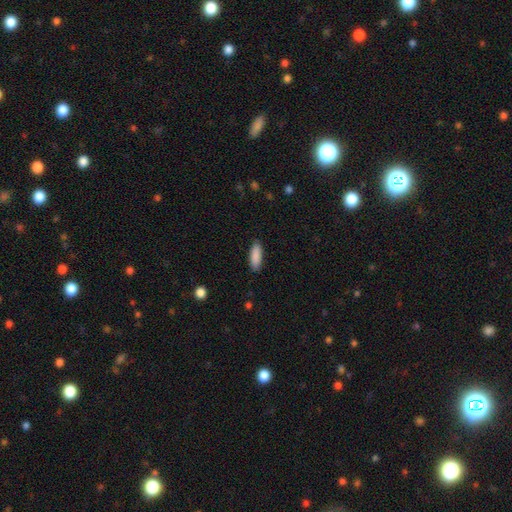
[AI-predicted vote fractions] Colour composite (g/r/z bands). It shows a smooth galaxy with no disk features (89%) that is in between round and cigar-shaped (62%). Merging: none (88%).